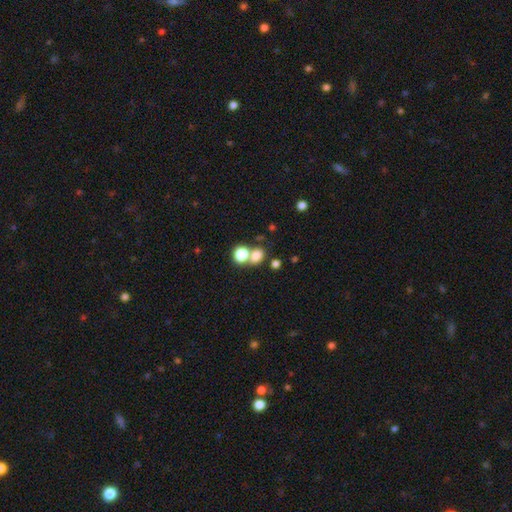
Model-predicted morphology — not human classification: smooth_or_featured: smooth (p=0.78) [alt: star or artifact p=0.14]
how_rounded: round (p=0.62) [alt: in between p=0.37]
merging: none (p=0.47) [alt: merger p=0.42]